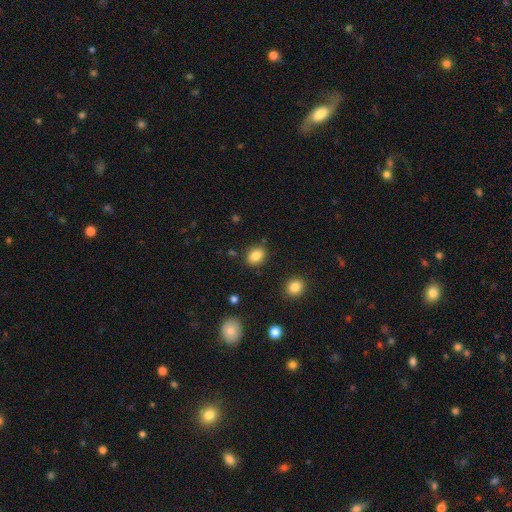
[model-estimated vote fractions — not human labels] Smooth or featured: smooth — 84% (star or artifact — 10%)
How rounded: in between — 55% (round — 43%)
Merging: none — 85% (minor disturbance — 10%)